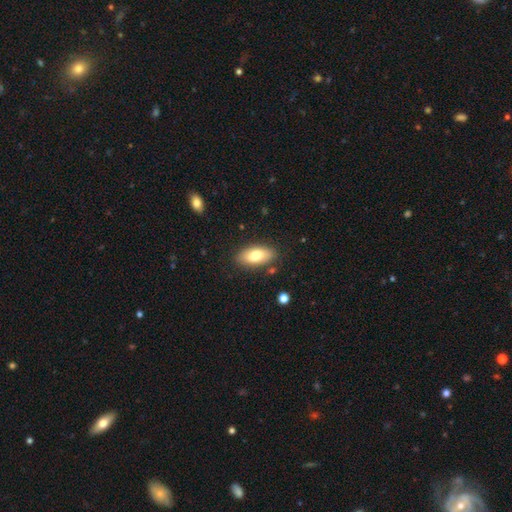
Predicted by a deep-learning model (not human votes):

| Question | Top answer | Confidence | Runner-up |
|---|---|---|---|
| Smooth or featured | smooth | 76% | featured or disk (17%) |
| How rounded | in between | 88% | cigar-shaped (9%) |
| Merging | none | 83% | minor disturbance (11%) |